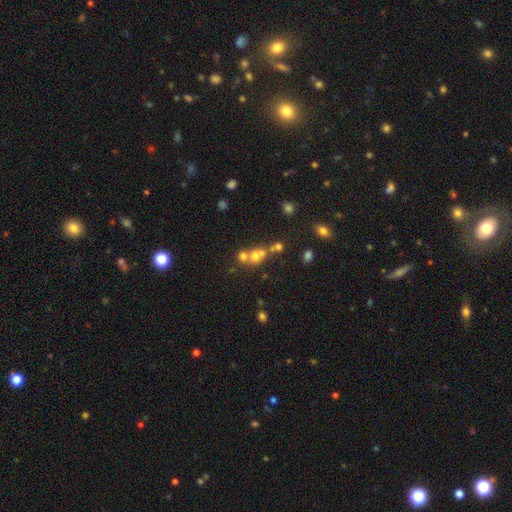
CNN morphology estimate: smooth_or_featured: smooth (p=0.59) [alt: featured or disk p=0.22]
how_rounded: round (p=0.81) [alt: in between p=0.17]
merging: merger (p=0.55) [alt: none p=0.34]